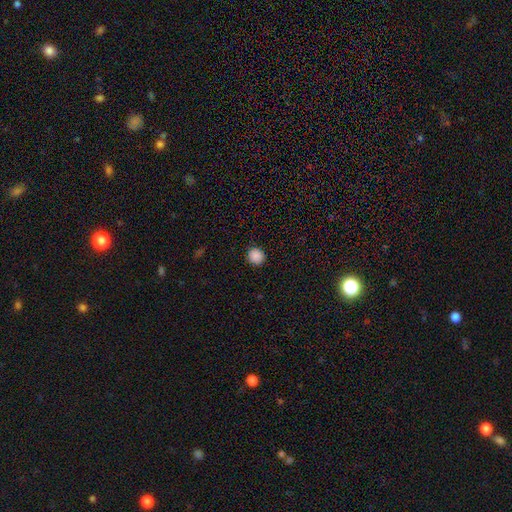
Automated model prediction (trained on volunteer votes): Q: Smooth or featured?
A: smooth (88%); runner-up: star or artifact (10%)
Q: How rounded?
A: round (88%); runner-up: in between (11%)
Q: Merging?
A: none (91%); runner-up: minor disturbance (6%)